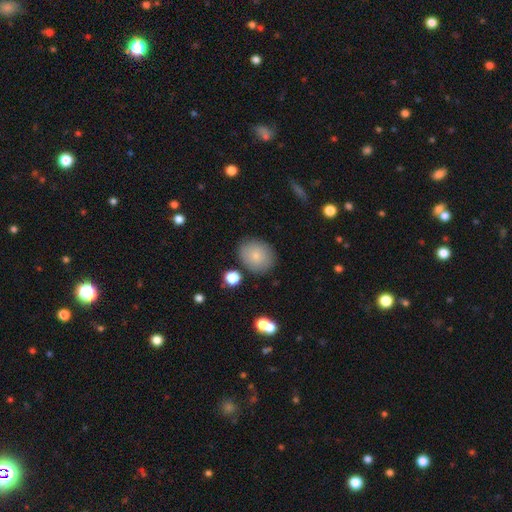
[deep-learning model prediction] Morphology: type=smooth (80%); roundness=round (63%); merging=none (83%).